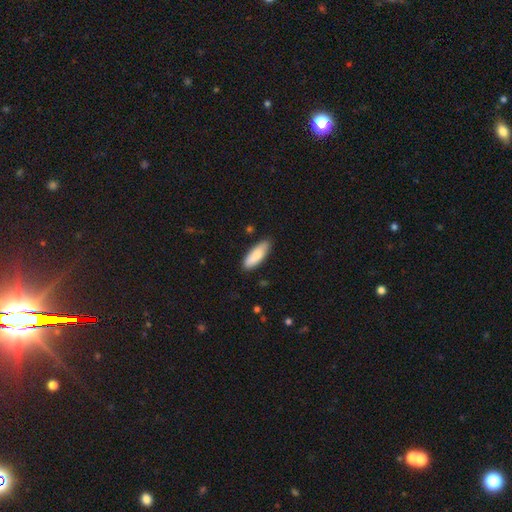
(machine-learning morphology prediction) Overall: smooth (84%). How rounded: in between (62%; cigar-shaped 36%). Merging: none (83%).